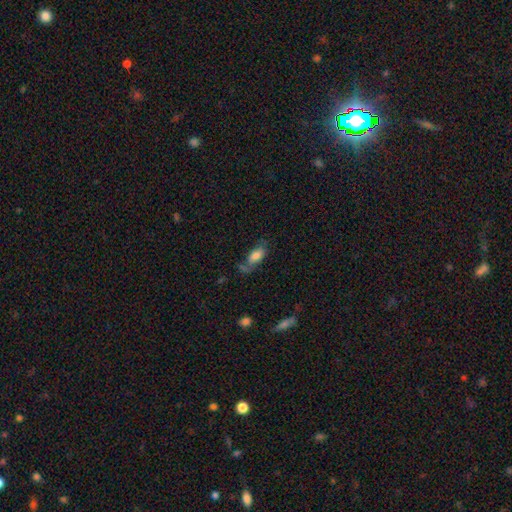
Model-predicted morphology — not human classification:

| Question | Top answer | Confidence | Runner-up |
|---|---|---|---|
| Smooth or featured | smooth | 66% | featured or disk (25%) |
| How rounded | in between | 88% | cigar-shaped (8%) |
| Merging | none | 43% | minor disturbance (25%) |